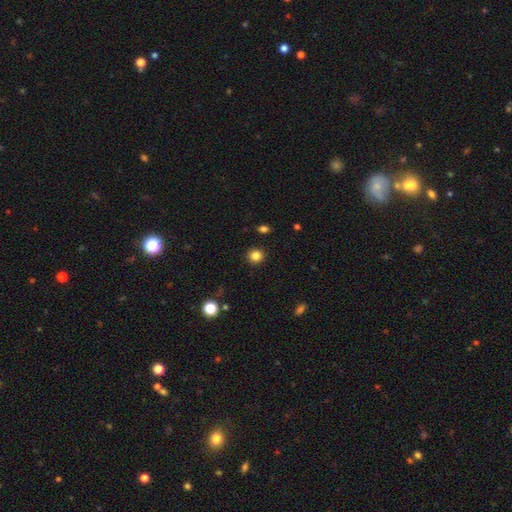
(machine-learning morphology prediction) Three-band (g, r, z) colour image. It shows a smooth galaxy with no disk features (83%) that is round (90%). Merging: none (91%).